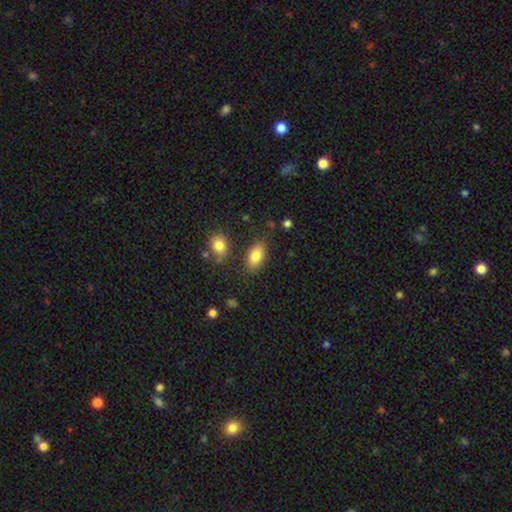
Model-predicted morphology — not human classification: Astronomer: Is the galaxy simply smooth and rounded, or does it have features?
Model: smooth — 82%.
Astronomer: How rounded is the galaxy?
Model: in between — 90%.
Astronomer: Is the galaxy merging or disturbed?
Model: none — 79%.